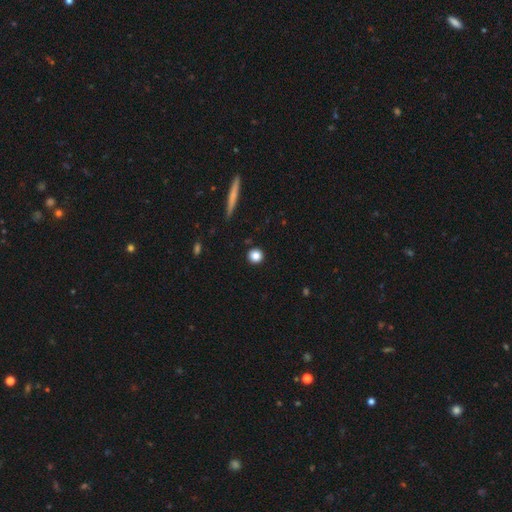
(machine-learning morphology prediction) A smooth galaxy with no disk features (84%) that is round (93%).

Vote fractions:
- Smooth or featured? smooth: 84% / star or artifact: 10% / featured or disk: 6%
- How rounded? round: 93% / in between: 5% / cigar-shaped: 1%
- Merging? none: 91% / minor disturbance: 5% / major disturbance: 2% / merger: 2%